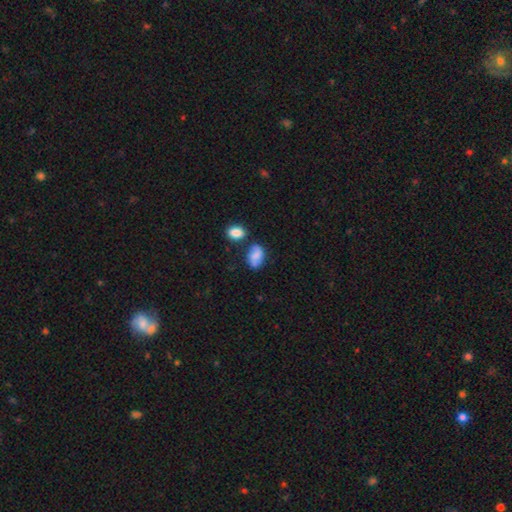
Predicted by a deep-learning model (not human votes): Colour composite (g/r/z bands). It shows a smooth galaxy with no disk features (61%) that is in between round and cigar-shaped (85%). Merging: none (54%).